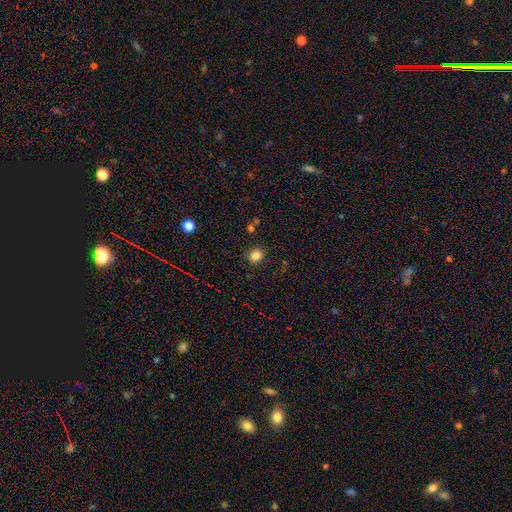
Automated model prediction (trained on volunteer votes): This is clearly a smooth galaxy (84%). How rounded: likely round (66%). Merging: clearly none (86%).